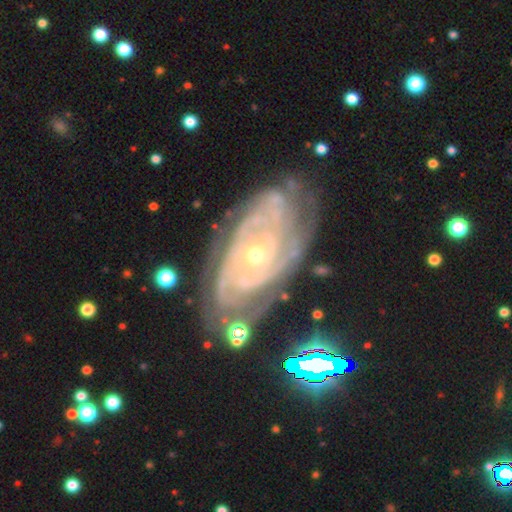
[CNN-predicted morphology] A featured or disk galaxy (88%) with no bar (72%), tight (76%) spiral arms (96%) and a small central bulge (69%).

Vote fractions:
- Smooth or featured? featured or disk: 88% / star or artifact: 6% / smooth: 6%
- Edge-on disk? no: 95% / yes: 5%
- Bar? no: 72% / weak: 21% / strong: 7%
- Spiral arms? yes: 96% / no: 4%
- Spiral winding? tight: 76% / medium: 21% / loose: 4%
- Spiral arm count? can't tell: 34% / 3: 18% / 2: 17% / 4: 16% / more than 4: 9% / 1: 6%
- Bulge size? small: 69% / moderate: 28% / large: 1% / none: 1% / dominant: 1%
- Merging? none: 66% / minor disturbance: 22% / major disturbance: 9% / merger: 3%